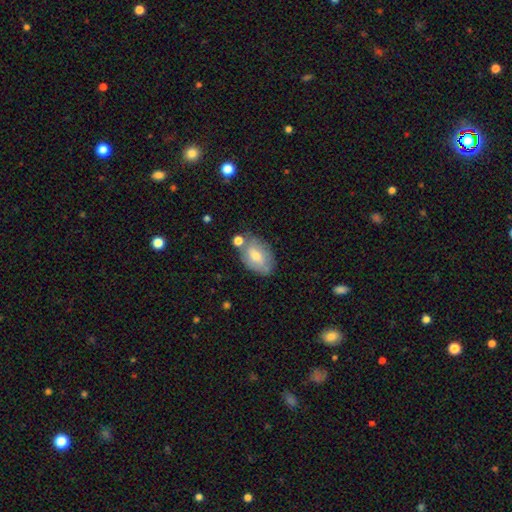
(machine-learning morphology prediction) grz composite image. It shows a smooth galaxy with no disk features (59%) that is in between round and cigar-shaped (90%). Merging: none (63%).